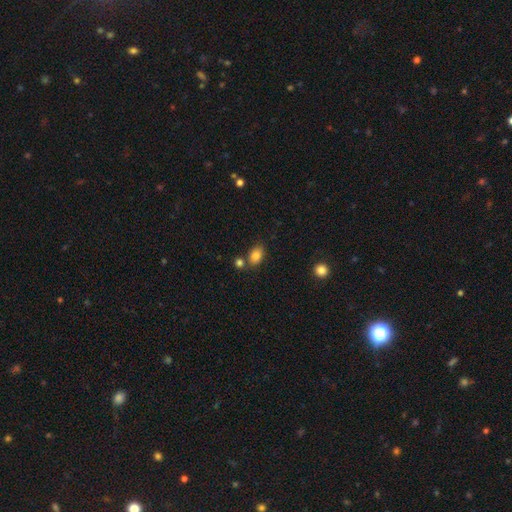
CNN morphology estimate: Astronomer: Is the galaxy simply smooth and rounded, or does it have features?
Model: smooth — 84%.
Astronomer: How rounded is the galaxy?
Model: in between — 75%.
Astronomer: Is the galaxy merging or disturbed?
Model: none — 66%.